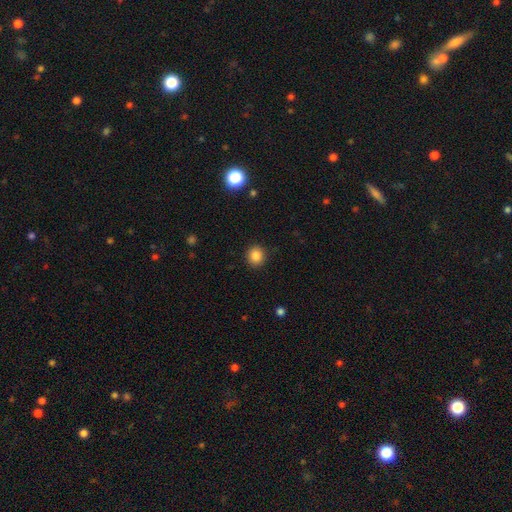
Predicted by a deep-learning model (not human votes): smooth-or-featured: smooth: 85% | star or artifact: 11% | featured or disk: 4%
  how-rounded: round: 89% | in between: 10% | cigar-shaped: 1%
  merging: none: 91% | minor disturbance: 6% | major disturbance: 2% | merger: 1%